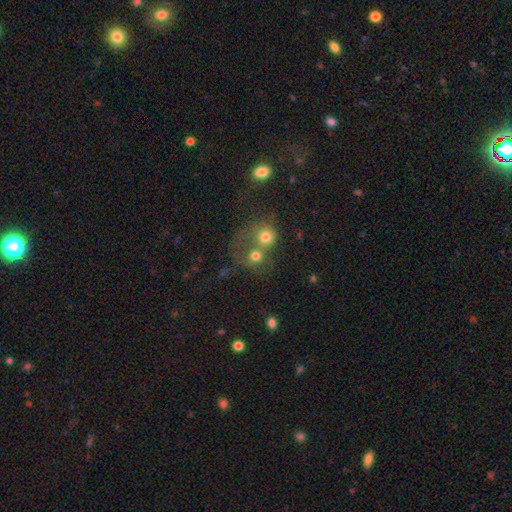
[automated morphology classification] smooth_or_featured: smooth (p=0.67) [alt: featured or disk p=0.19]
how_rounded: round (p=0.76) [alt: in between p=0.23]
merging: merger (p=0.64) [alt: none p=0.23]